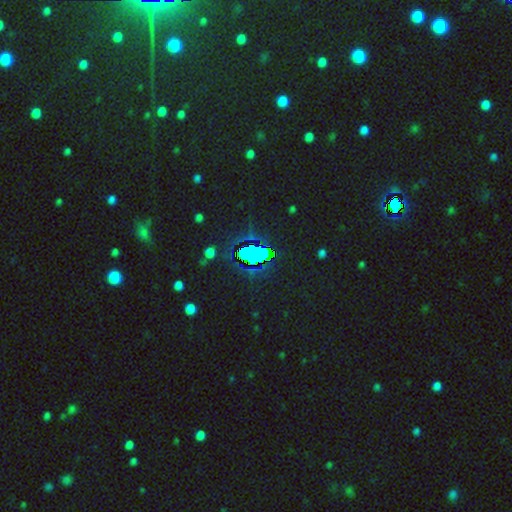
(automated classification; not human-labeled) smooth_or_featured: star or artifact (p=0.72) [alt: smooth p=0.19]